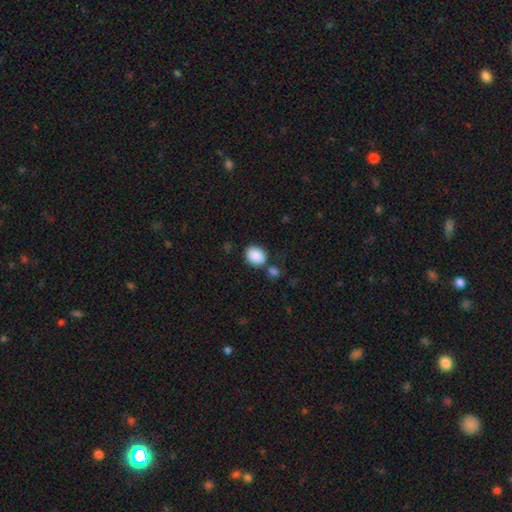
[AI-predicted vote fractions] smooth_or_featured: smooth (p=0.88) [alt: star or artifact p=0.08]
how_rounded: in between (p=0.52) [alt: round p=0.47]
merging: none (p=0.69) [alt: minor disturbance p=0.14]